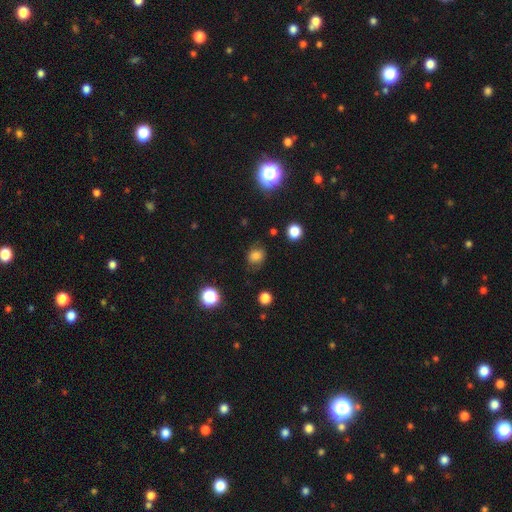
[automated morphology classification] Smooth or featured? Predicted: smooth (p=0.76). How rounded? Predicted: round (p=0.60). Merging? Predicted: none (p=0.68).